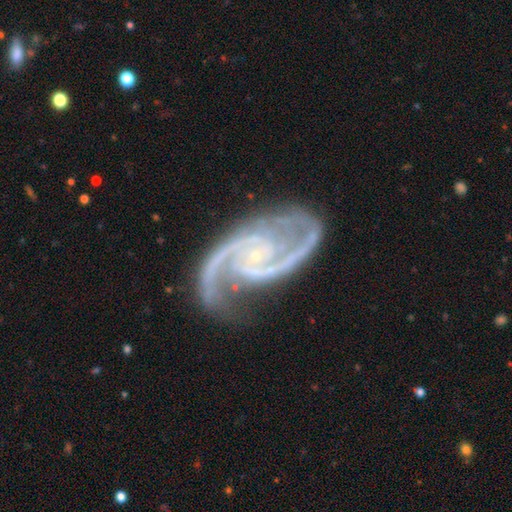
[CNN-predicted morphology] The model was most divided on "bar": no: 59%, weak: 28%, strong: 13%. More confident: spiral arms — yes (99%); edge-on disk — no (98%); smooth or featured — featured or disk (93%); bulge size — small (86%); spiral arm count — 2 (81%); merging — none (67%); spiral winding — medium (60%).